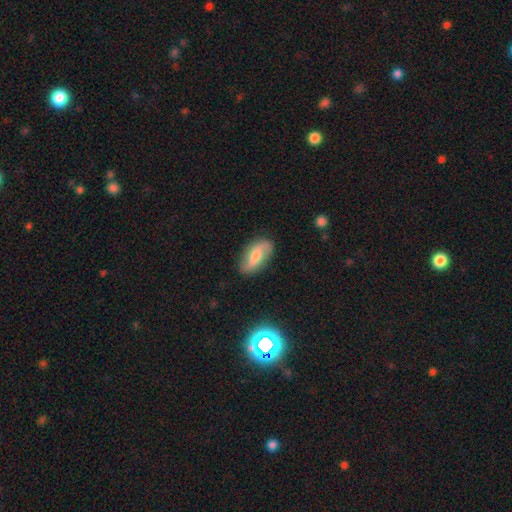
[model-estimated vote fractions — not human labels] A featured or disk galaxy (53%). Merging: none (80%).